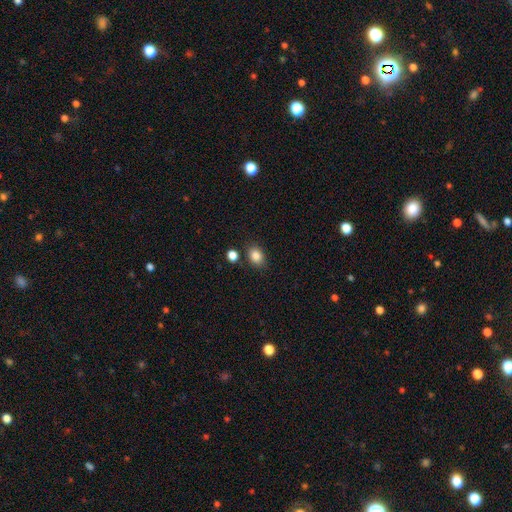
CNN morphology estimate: Smooth or featured: smooth — 85% (star or artifact — 10%)
How rounded: in between — 56% (round — 42%)
Merging: none — 80% (minor disturbance — 11%)